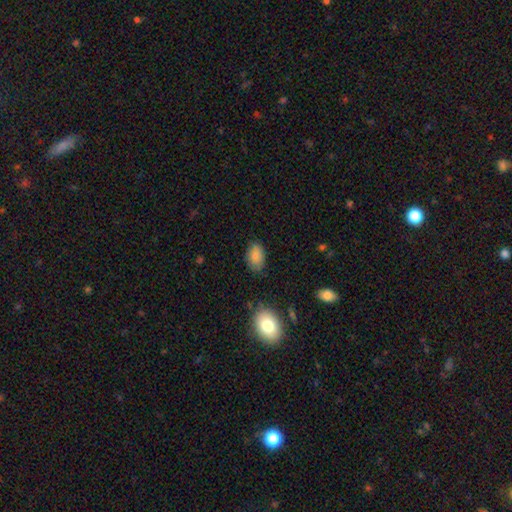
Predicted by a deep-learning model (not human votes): This appears to be a smooth galaxy with no disk features (83%) that is in between round and cigar-shaped (88%). Merging: none (78%).